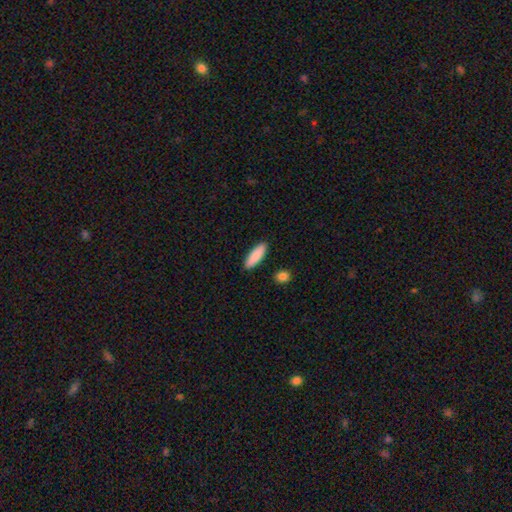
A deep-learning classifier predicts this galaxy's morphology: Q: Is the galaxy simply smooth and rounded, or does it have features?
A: smooth — 88%.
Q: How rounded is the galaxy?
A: cigar-shaped — 55%.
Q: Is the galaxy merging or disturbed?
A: none — 90%.